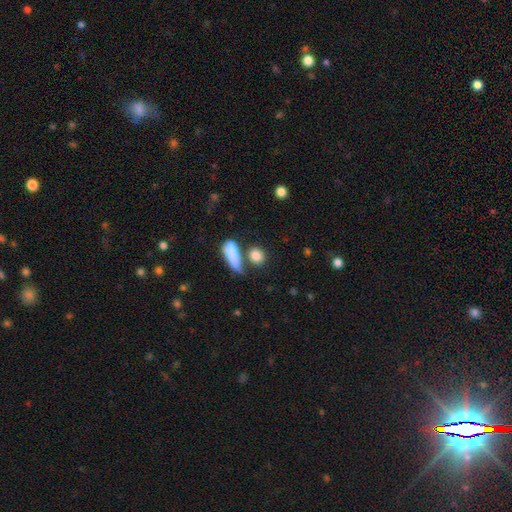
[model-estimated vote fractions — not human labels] A smooth galaxy with no disk features (84%) that is round (52%). Merging: none (55%).